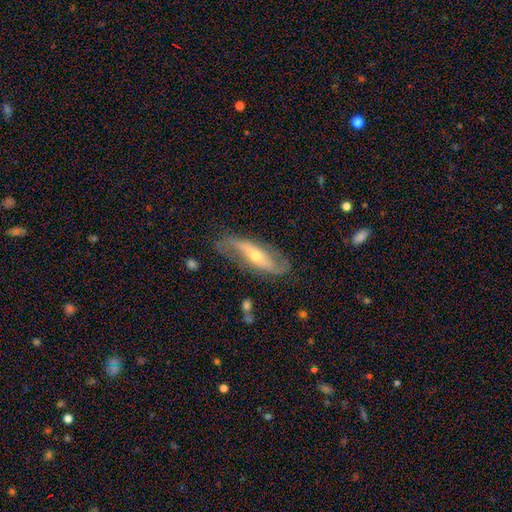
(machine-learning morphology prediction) The model was most divided on "bulge size": small: 50%, moderate: 46%, large: 2%, none: 1%, dominant: 1%. Remaining: spiral arms — yes (85%); smooth or featured — featured or disk (75%); edge-on disk — no (74%); merging — none (67%); bar — no (43%).